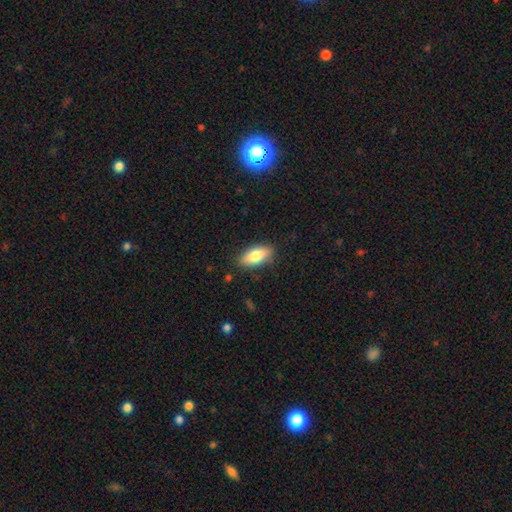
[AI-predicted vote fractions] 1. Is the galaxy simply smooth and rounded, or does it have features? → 78% smooth, 15% featured or disk, 7% star or artifact.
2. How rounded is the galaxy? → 86% in between, 10% cigar-shaped, 4% round.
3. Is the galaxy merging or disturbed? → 85% none, 11% minor disturbance, 3% major disturbance, 1% merger.